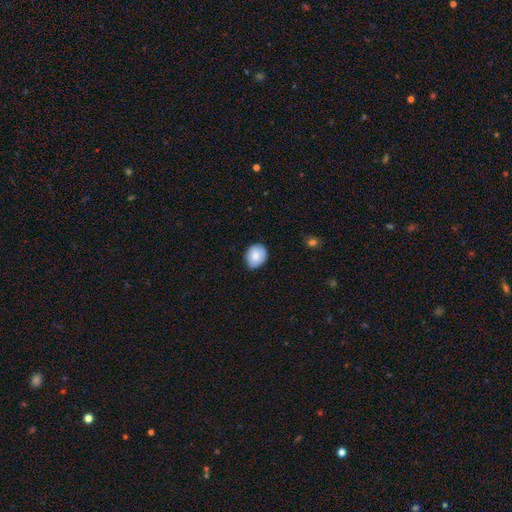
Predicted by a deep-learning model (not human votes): smooth-or-featured: smooth: 81% | featured or disk: 11% | star or artifact: 7%
  how-rounded: round: 52% | in between: 47% | cigar-shaped: 1%
  merging: none: 76% | minor disturbance: 20% | major disturbance: 3% | merger: 1%